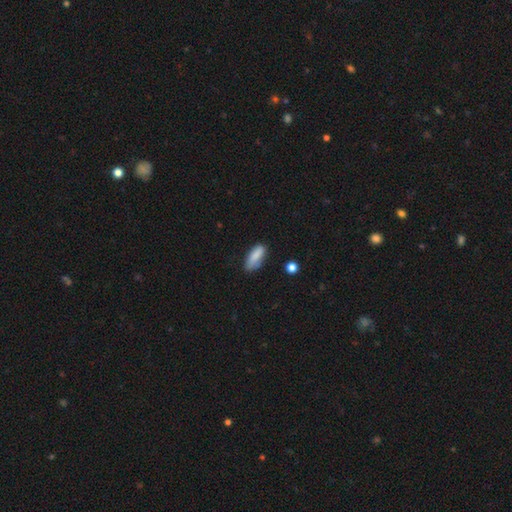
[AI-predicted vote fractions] A smooth galaxy with no disk features (84%) that is in between round and cigar-shaped (74%). Merging: none (63%).